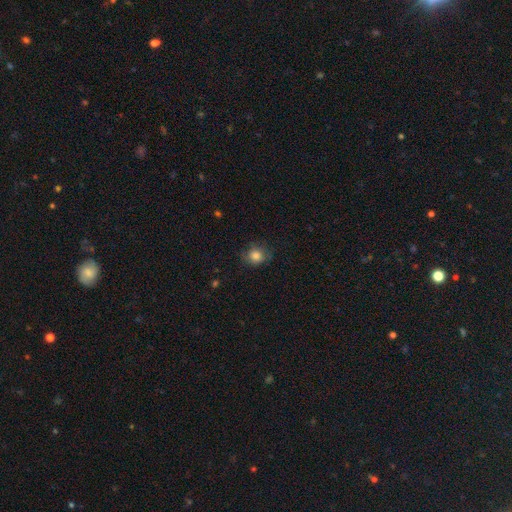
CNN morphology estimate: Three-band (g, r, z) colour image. It shows a smooth galaxy with no disk features (82%) that is round (79%). Merging: none (73%).